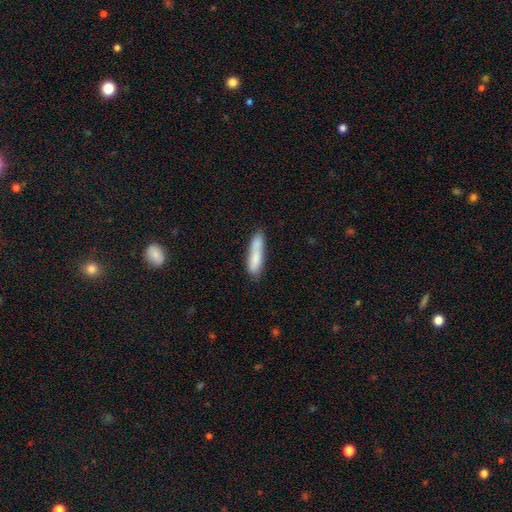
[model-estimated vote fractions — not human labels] smooth-or-featured: smooth: 78% | featured or disk: 16% | star or artifact: 7%
  how-rounded: cigar-shaped: 73% | in between: 25% | round: 2%
  merging: none: 64% | minor disturbance: 20% | merger: 11% | major disturbance: 5%